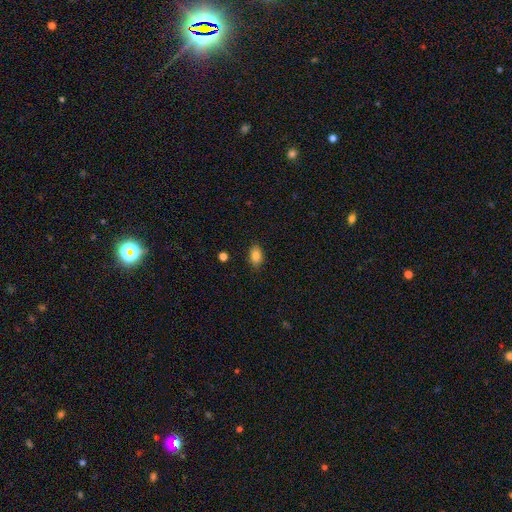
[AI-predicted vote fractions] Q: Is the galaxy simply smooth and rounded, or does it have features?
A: smooth — 84%.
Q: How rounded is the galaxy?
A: in between — 88%.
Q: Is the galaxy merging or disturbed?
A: none — 87%.